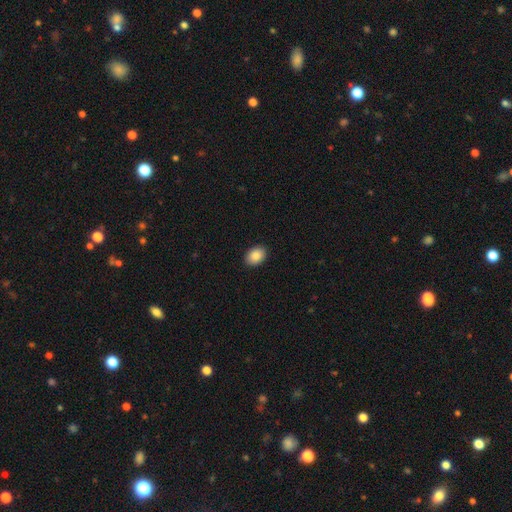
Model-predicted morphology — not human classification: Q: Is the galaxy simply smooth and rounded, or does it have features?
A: smooth — 88%.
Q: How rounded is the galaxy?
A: in between — 78%.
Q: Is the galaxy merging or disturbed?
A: none — 91%.